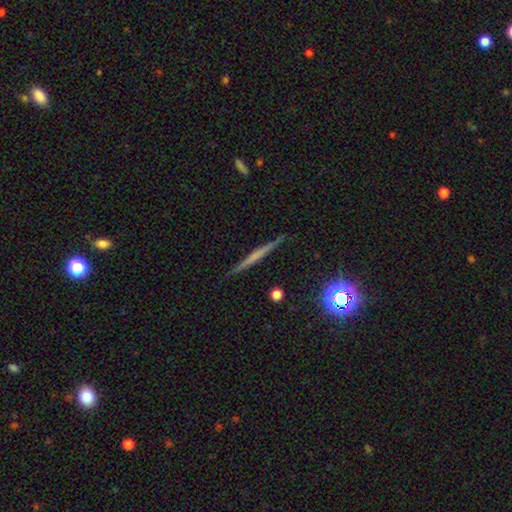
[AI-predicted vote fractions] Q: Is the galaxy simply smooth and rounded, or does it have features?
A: featured or disk — 50%.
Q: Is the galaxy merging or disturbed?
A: none — 89%.